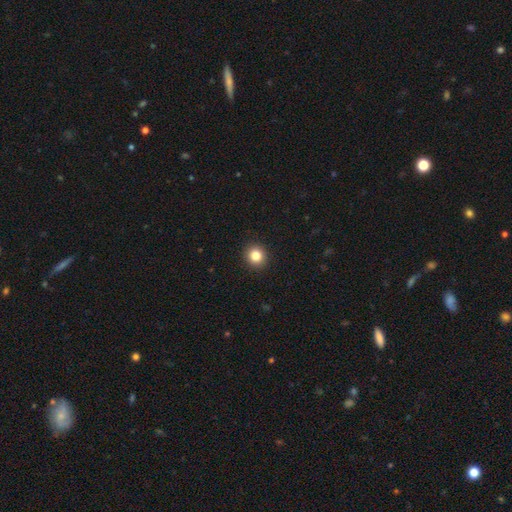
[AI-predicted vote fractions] smooth_or_featured: smooth (p=0.83) [alt: star or artifact p=0.11]
how_rounded: round (p=0.88) [alt: in between p=0.11]
merging: none (p=0.93) [alt: minor disturbance p=0.05]